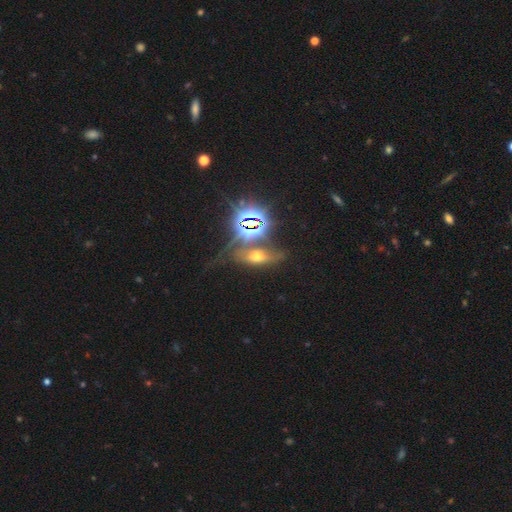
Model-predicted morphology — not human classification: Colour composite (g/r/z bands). It shows a star or artifact, not a galaxy (43%).